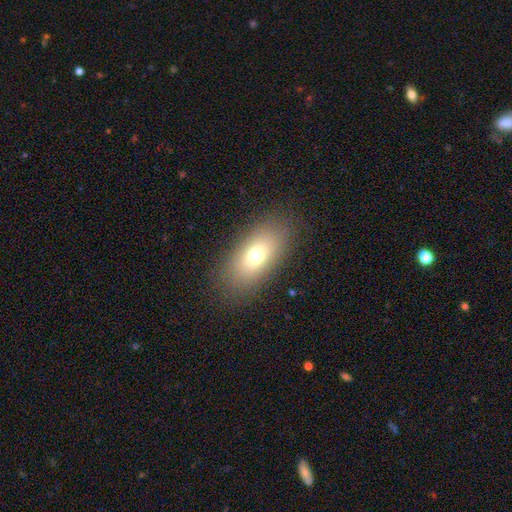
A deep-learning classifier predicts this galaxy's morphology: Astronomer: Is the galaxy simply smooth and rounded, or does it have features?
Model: smooth — 72%.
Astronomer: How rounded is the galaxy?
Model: in between — 86%.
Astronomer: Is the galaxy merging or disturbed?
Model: none — 85%.